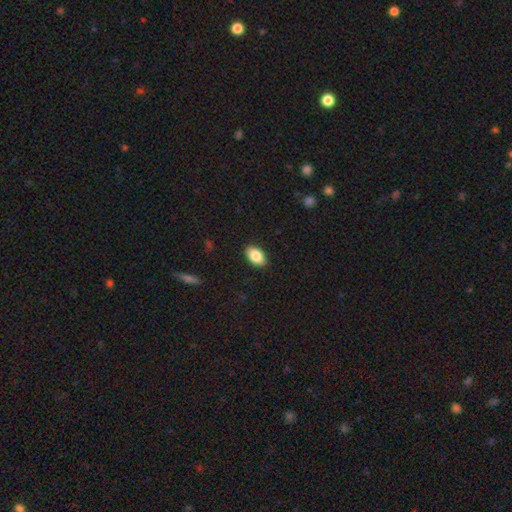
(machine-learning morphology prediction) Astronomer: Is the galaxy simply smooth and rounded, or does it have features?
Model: smooth — 85%.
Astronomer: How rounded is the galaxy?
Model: in between — 92%.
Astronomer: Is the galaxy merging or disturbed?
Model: none — 90%.